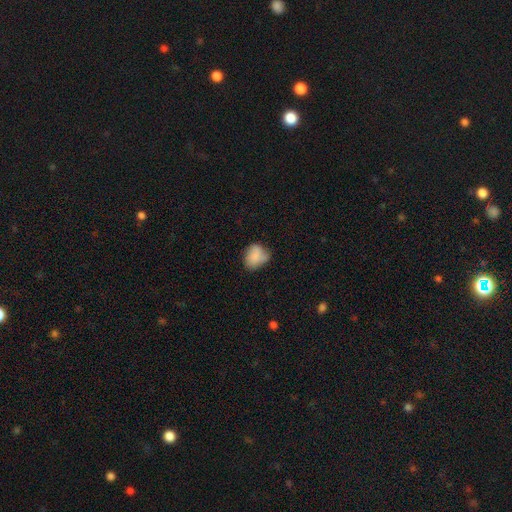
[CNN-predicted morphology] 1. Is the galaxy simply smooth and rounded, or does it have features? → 76% smooth, 15% featured or disk, 9% star or artifact.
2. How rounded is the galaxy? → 56% in between, 43% round, 1% cigar-shaped.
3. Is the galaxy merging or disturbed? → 45% none, 36% minor disturbance, 13% major disturbance, 5% merger.